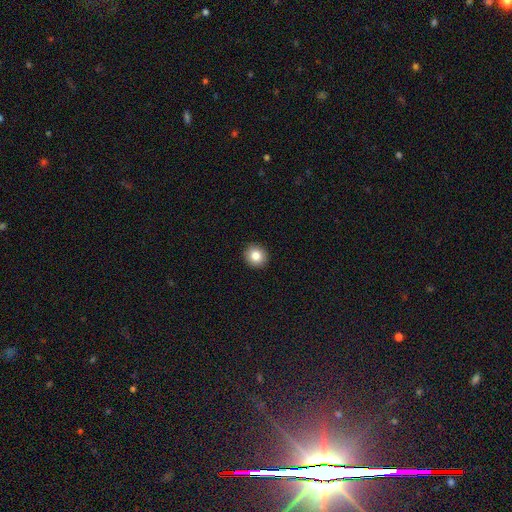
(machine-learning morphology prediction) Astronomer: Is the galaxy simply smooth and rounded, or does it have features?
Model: smooth — 84%.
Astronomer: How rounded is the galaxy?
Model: round — 83%.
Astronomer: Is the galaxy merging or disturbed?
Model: none — 92%.